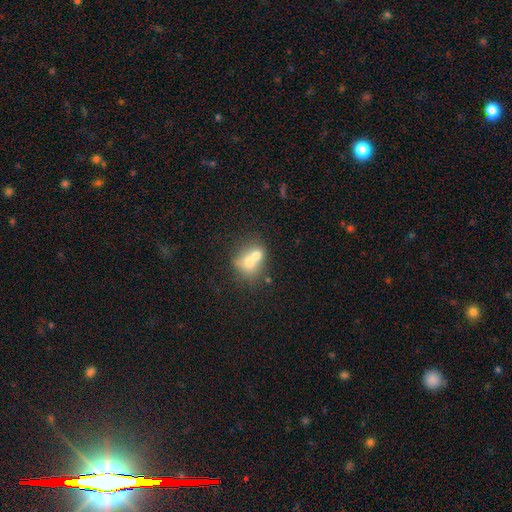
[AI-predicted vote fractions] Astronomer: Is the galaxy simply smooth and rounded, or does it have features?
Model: smooth — 64%.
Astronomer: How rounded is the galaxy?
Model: round — 60% (runner-up: in between, 39%).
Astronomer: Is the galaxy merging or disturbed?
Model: merger — 70%.